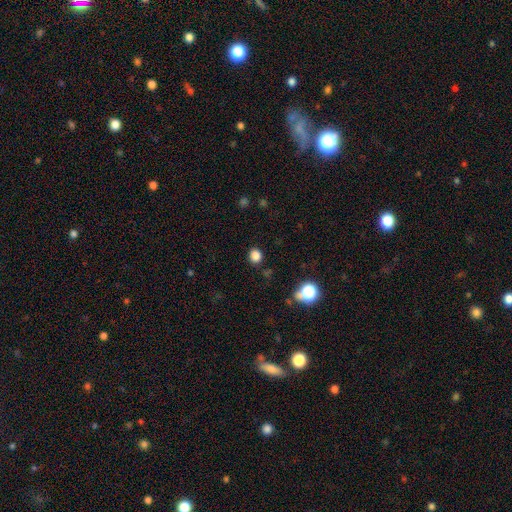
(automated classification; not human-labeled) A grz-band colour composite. It shows a smooth galaxy with no disk features (81%) that is round (71%). Merging: none (86%).